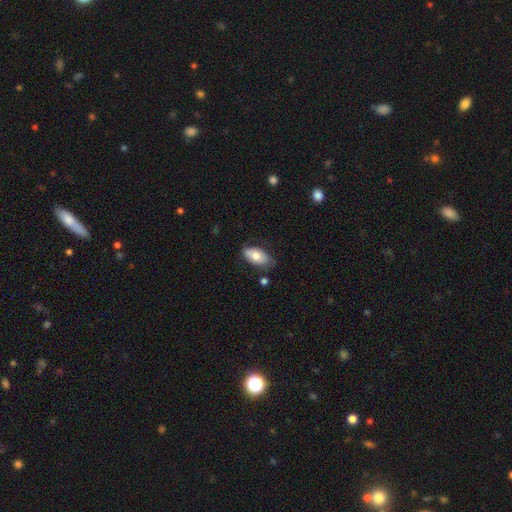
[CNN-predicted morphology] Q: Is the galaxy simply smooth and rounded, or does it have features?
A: smooth — 73%.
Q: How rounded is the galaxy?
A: in between — 93%.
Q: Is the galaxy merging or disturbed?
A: none — 70%.